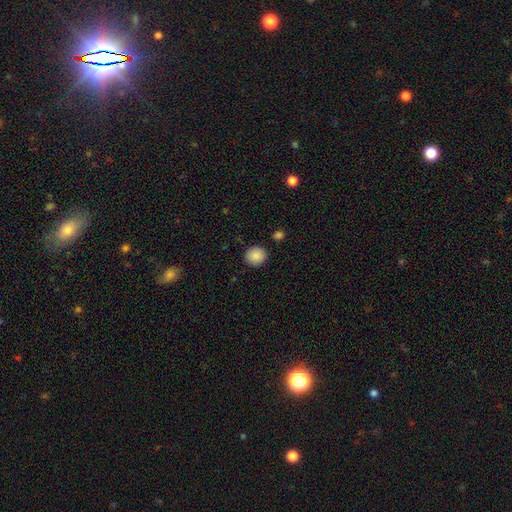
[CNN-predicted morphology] Q: Smooth or featured?
A: smooth (89%); runner-up: star or artifact (8%)
Q: How rounded?
A: round (78%); runner-up: in between (21%)
Q: Merging?
A: none (88%); runner-up: minor disturbance (8%)